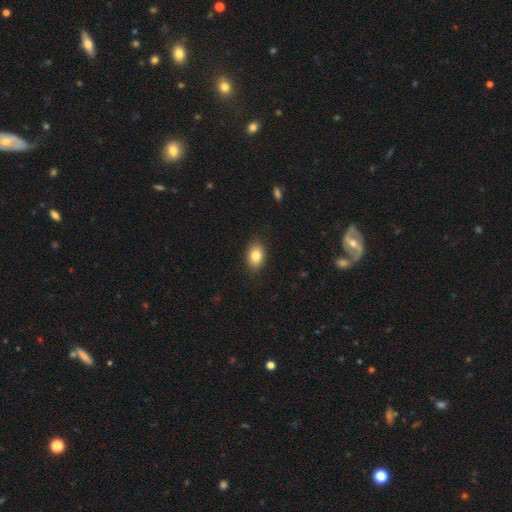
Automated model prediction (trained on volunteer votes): smooth-or-featured: smooth: 84% | star or artifact: 8% | featured or disk: 8%
  how-rounded: in between: 81% | round: 18% | cigar-shaped: 1%
  merging: none: 87% | minor disturbance: 10% | major disturbance: 2% | merger: 1%